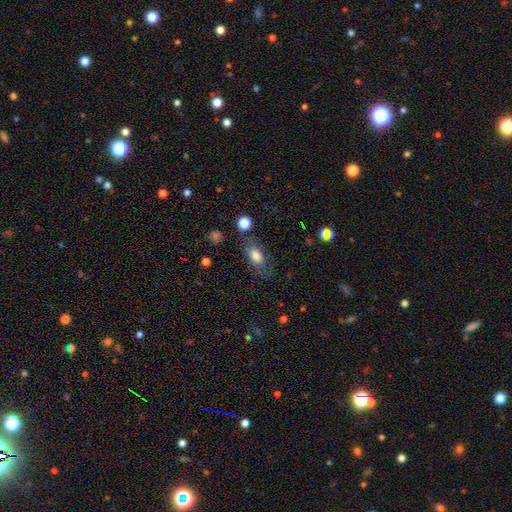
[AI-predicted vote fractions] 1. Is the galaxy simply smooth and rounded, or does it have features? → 70% smooth, 21% featured or disk, 9% star or artifact.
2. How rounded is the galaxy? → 85% in between, 9% round, 5% cigar-shaped.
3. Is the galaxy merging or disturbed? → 67% none, 20% minor disturbance, 10% major disturbance, 3% merger.